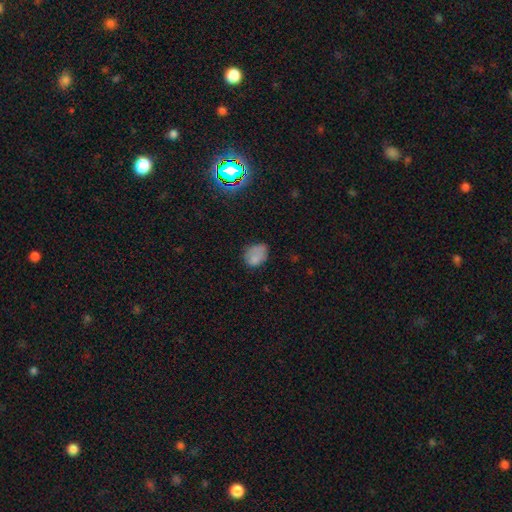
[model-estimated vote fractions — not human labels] smooth_or_featured: smooth (p=0.76) [alt: star or artifact p=0.13]
how_rounded: in between (p=0.66) [alt: round p=0.32]
merging: none (p=0.57) [alt: minor disturbance p=0.29]